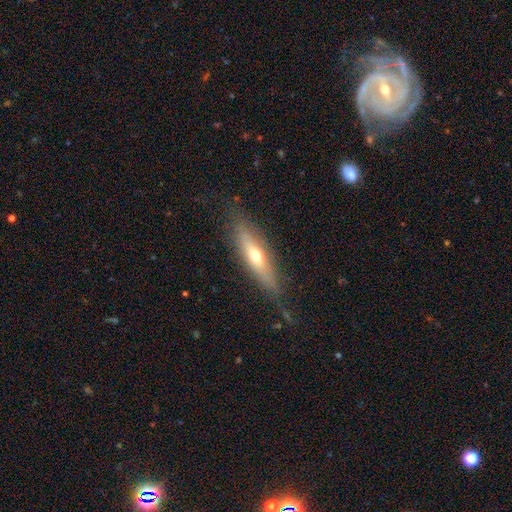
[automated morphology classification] The model was most divided on "smooth or featured": featured or disk: 48%, smooth: 45%, star or artifact: 7%. More confident: merging — none (79%).